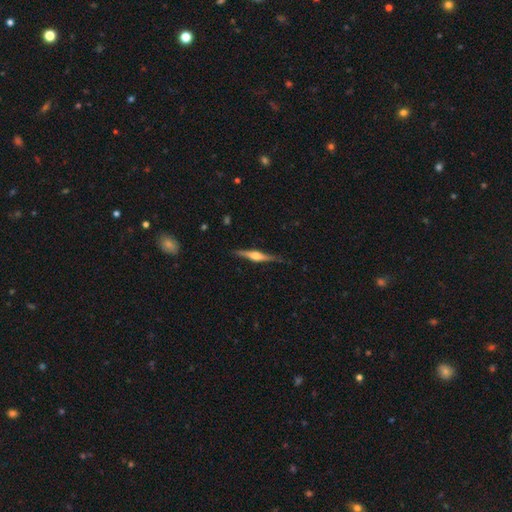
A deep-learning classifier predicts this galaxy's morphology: Smooth or featured? Predicted: featured or disk (p=0.76). Edge-on disk? Predicted: yes (p=0.98). Edge-on bulge? Predicted: rounded (p=0.90). Merging? Predicted: none (p=0.85).